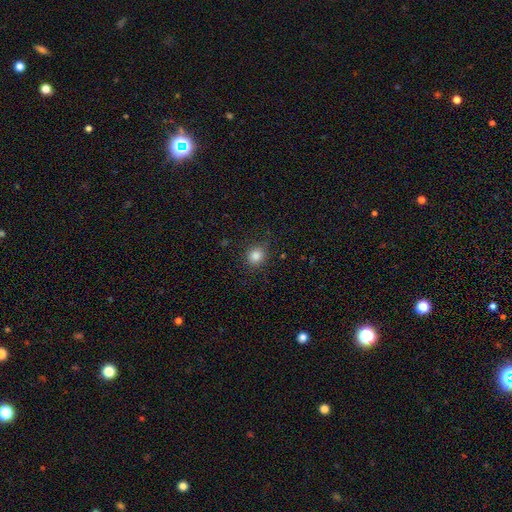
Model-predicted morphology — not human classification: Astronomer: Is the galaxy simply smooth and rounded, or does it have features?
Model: smooth — 85%.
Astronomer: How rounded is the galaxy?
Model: round — 79%.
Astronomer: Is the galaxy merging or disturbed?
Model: none — 85%.